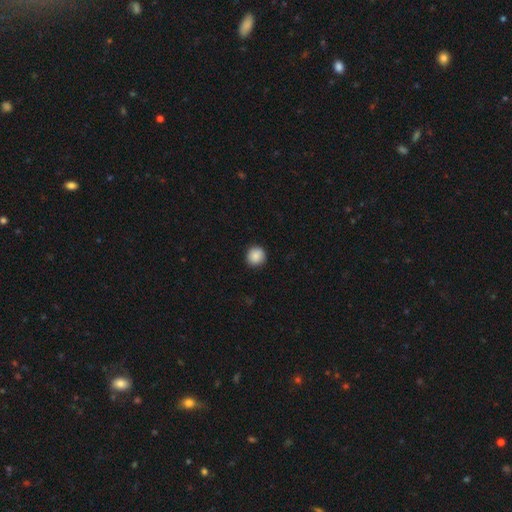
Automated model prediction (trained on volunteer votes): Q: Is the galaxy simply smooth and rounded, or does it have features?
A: smooth — 88%.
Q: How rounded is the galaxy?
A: round — 93%.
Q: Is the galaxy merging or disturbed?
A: none — 90%.